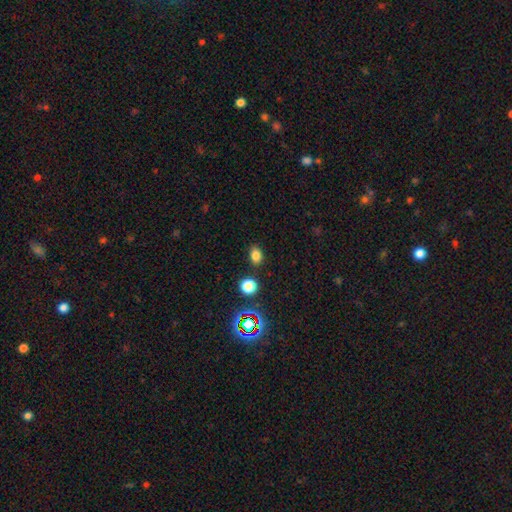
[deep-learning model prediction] Overall: smooth (78%). How rounded: in between (67%; round 31%). Merging: none (83%).